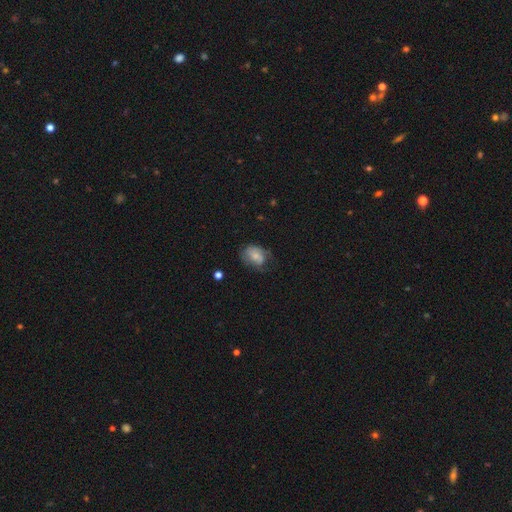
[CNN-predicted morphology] smooth-or-featured: smooth: 66% | featured or disk: 26% | star or artifact: 9%
  how-rounded: in between: 71% | round: 28% | cigar-shaped: 1%
  merging: none: 48% | minor disturbance: 32% | major disturbance: 19% | merger: 2%